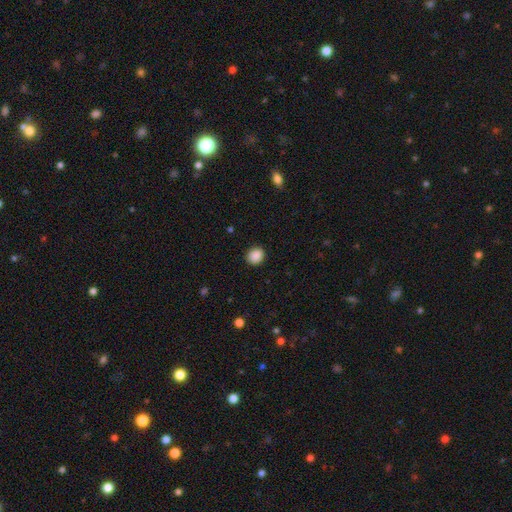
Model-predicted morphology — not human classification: Smooth or featured? smooth (89%)
How rounded? round (72%)
Merging? none (89%)